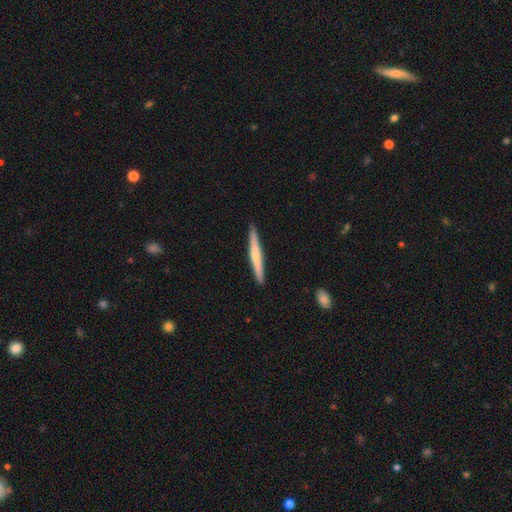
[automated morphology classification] Overall: smooth (53%; featured or disk 42%). How rounded: cigar-shaped (96%). Merging: none (91%).